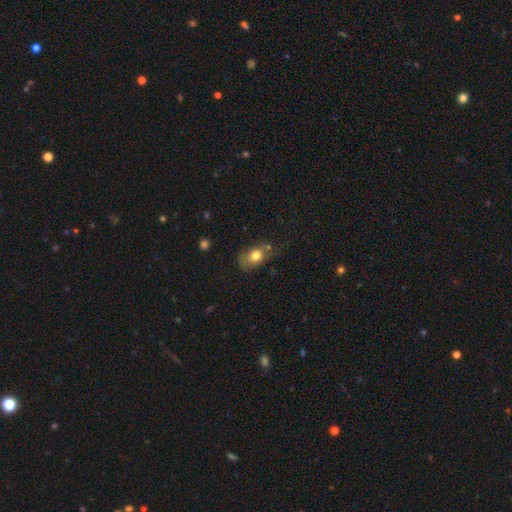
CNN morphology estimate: Smooth or featured: smooth — 74% (featured or disk — 17%)
How rounded: in between — 77% (round — 21%)
Merging: none — 44% (minor disturbance — 32%)